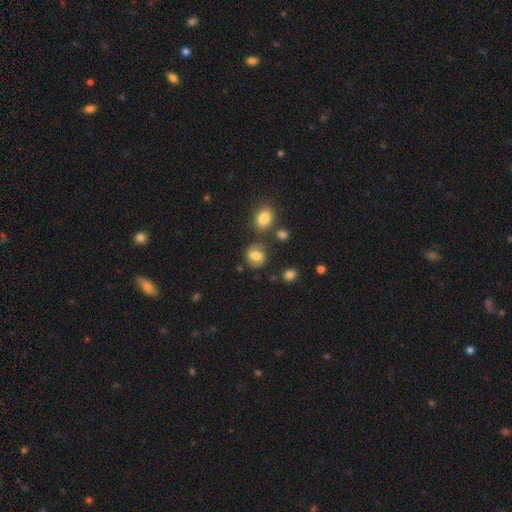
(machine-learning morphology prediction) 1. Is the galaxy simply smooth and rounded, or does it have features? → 75% smooth, 15% featured or disk, 10% star or artifact.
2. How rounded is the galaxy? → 64% round, 35% in between, 1% cigar-shaped.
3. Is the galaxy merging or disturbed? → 71% none, 17% minor disturbance, 6% merger, 6% major disturbance.